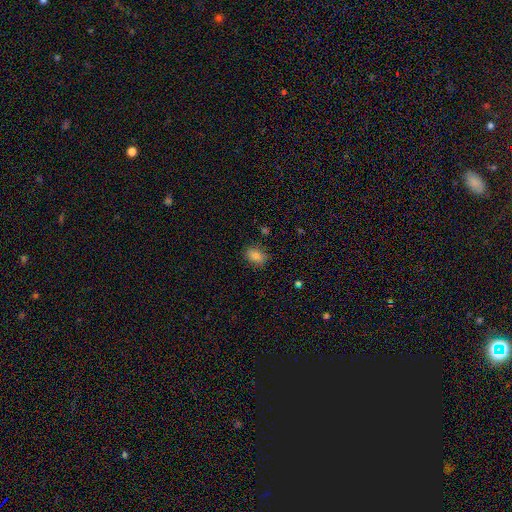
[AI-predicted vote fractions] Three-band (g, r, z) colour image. It shows a smooth galaxy with no disk features (79%) that is in between round and cigar-shaped (71%). Merging: none (83%).